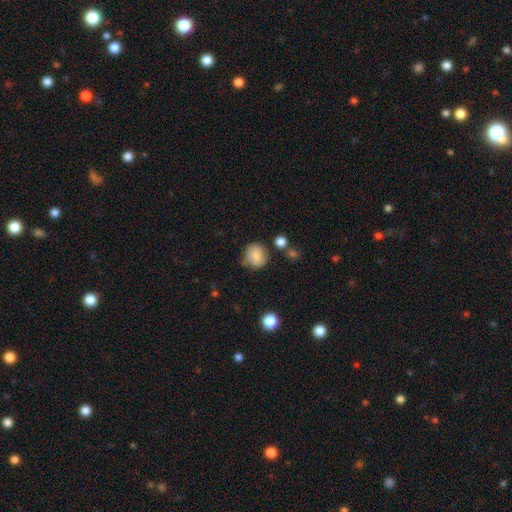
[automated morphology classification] This is likely a smooth galaxy (79%). How rounded: clearly round (88%). Merging: likely none (70%).